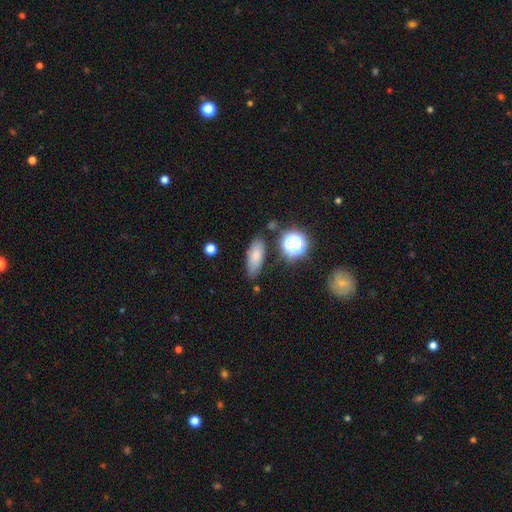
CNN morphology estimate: A smooth galaxy with no disk features (74%) that is in between round and cigar-shaped (72%). Merging: none (76%).